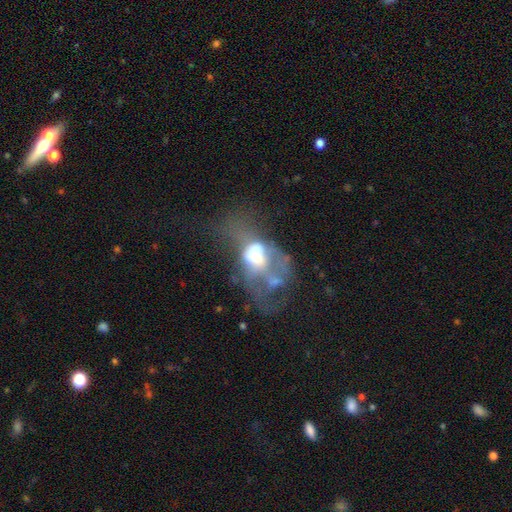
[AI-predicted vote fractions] Smooth or featured? featured or disk (52%)
Edge-on disk? no (96%)
Merging? major disturbance (46%)